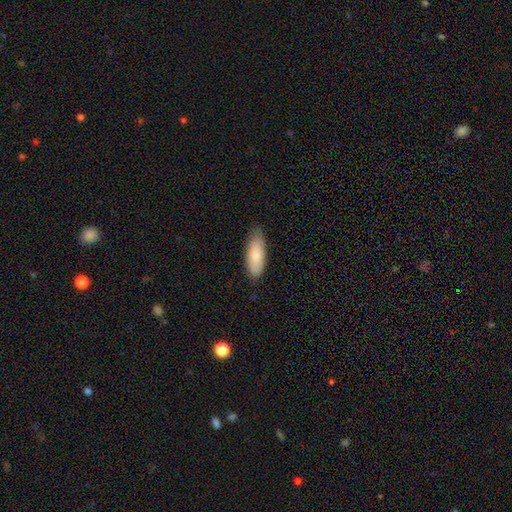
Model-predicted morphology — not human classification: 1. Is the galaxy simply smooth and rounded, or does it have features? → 82% smooth, 12% featured or disk, 5% star or artifact.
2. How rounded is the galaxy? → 70% in between, 29% cigar-shaped, 2% round.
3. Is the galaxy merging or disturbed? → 80% none, 17% minor disturbance, 2% major disturbance, 1% merger.